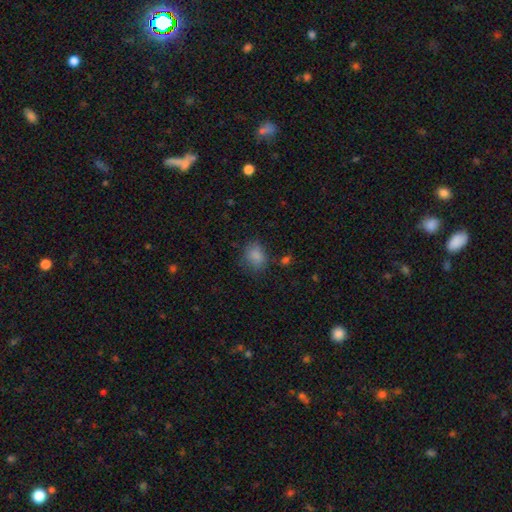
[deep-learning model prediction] Smooth or featured?
  - smooth: 83% *
  - star or artifact: 11%
  - featured or disk: 6%
How rounded?
  - in between: 53% *
  - round: 46%
  - cigar-shaped: 1%
Merging?
  - none: 70% *
  - minor disturbance: 20%
  - major disturbance: 7%
  - merger: 3%